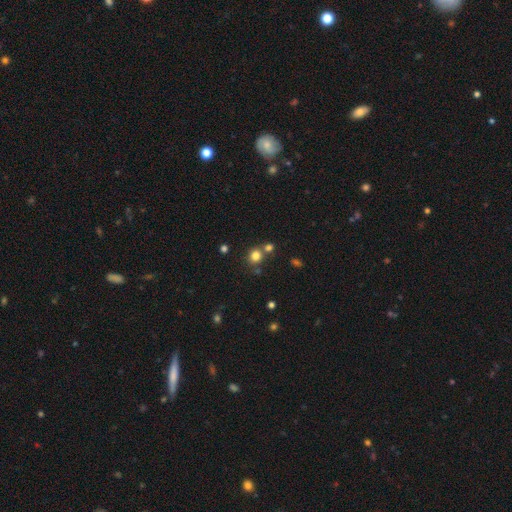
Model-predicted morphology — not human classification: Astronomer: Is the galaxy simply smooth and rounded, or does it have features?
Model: smooth — 80%.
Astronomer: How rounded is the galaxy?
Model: round — 86%.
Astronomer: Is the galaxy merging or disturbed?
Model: none — 66%.